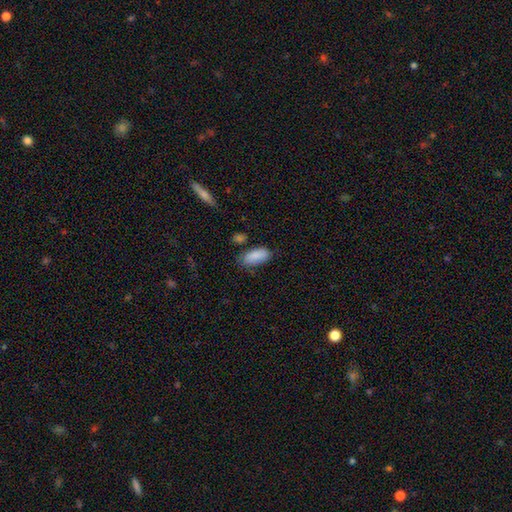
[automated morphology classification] Overall: smooth (87%). How rounded: in between (91%). Merging: none (71%).